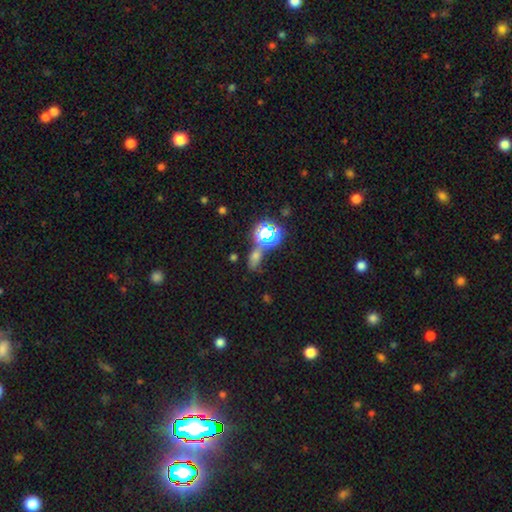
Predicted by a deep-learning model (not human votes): This appears to be a smooth galaxy with no disk features (47%). Merging: none (58%).